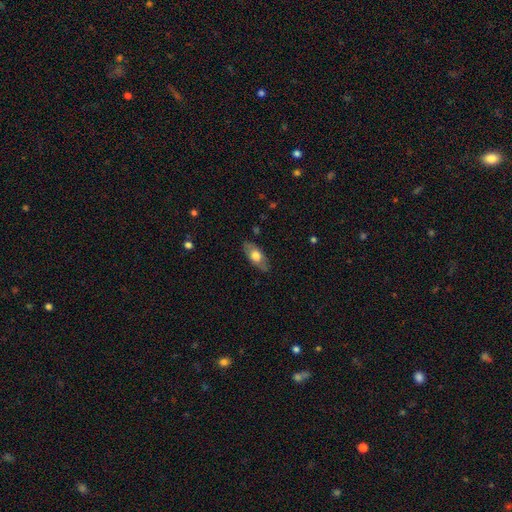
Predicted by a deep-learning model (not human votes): smooth_or_featured: smooth (p=0.62) [alt: featured or disk p=0.32]
how_rounded: in between (p=0.84) [alt: cigar-shaped p=0.12]
merging: none (p=0.82) [alt: minor disturbance p=0.14]